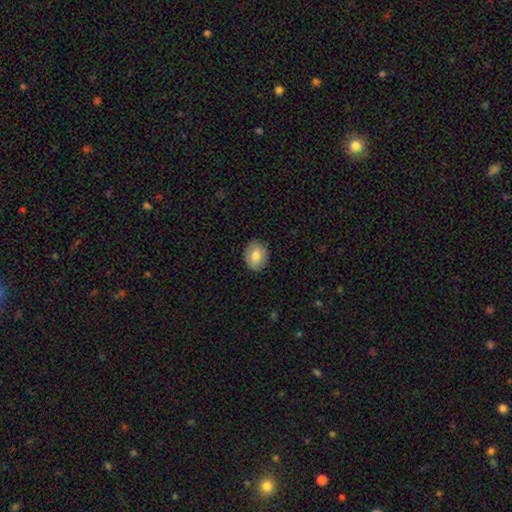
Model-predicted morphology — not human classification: smooth-or-featured: smooth: 77% | featured or disk: 16% | star or artifact: 7%
  how-rounded: in between: 59% | round: 40% | cigar-shaped: 1%
  merging: none: 87% | minor disturbance: 10% | major disturbance: 2% | merger: 1%